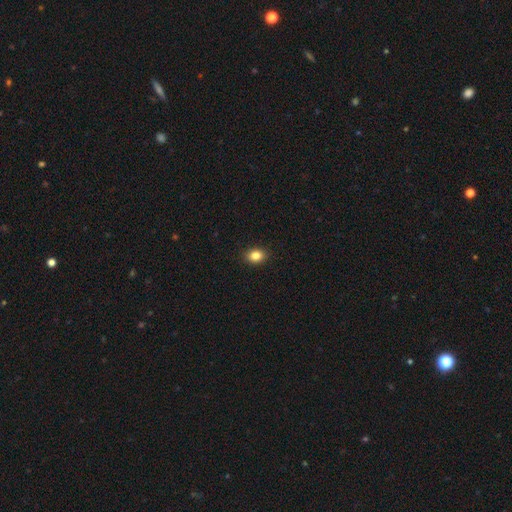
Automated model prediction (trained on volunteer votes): smooth_or_featured: smooth (p=0.84) [alt: star or artifact p=0.10]
how_rounded: in between (p=0.67) [alt: round p=0.32]
merging: none (p=0.90) [alt: minor disturbance p=0.07]